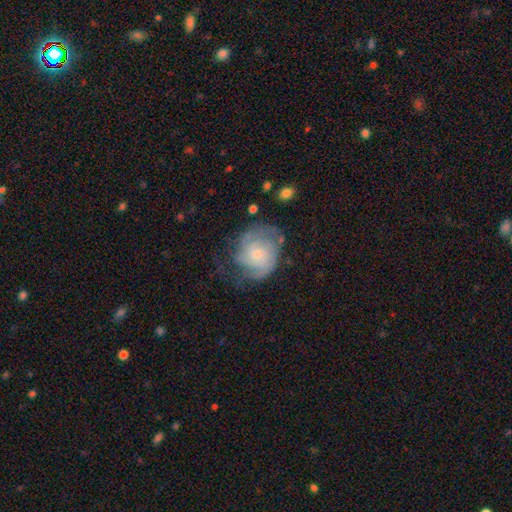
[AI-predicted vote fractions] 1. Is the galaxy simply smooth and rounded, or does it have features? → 78% featured or disk, 16% smooth, 6% star or artifact.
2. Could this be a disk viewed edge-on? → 98% no, 2% yes.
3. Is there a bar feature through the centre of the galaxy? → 74% no, 22% weak, 3% strong.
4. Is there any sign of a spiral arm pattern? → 93% yes, 7% no.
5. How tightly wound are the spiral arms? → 60% tight, 30% medium, 10% loose.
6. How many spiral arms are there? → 40% 2, 29% can't tell, 16% 3, 5% 1, 5% 4, 4% more than 4.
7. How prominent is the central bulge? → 71% small, 23% moderate, 3% none, 2% large, 1% dominant.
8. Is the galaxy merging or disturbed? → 57% none, 24% minor disturbance, 17% major disturbance, 2% merger.